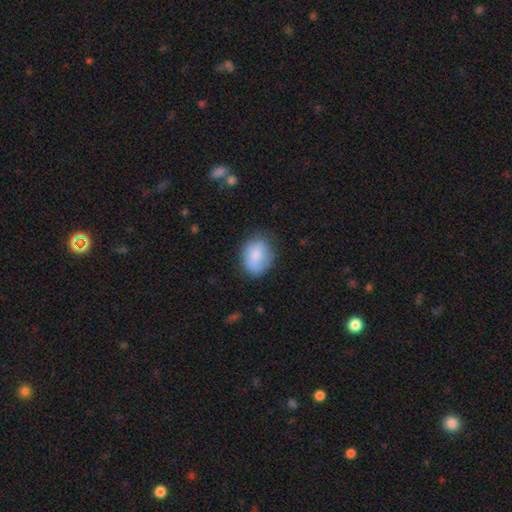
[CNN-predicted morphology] Overall: smooth (81%). How rounded: in between (61%; round 38%). Merging: none (66%).